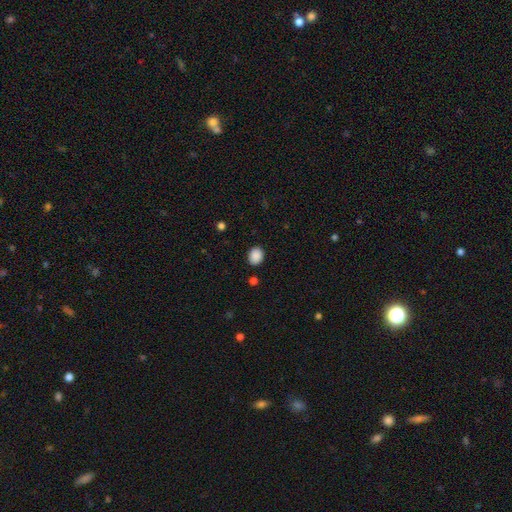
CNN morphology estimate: The model was most divided on "how rounded": in between: 54%, round: 45%, cigar-shaped: 1%. More confident: smooth or featured — smooth (89%); merging — none (87%).